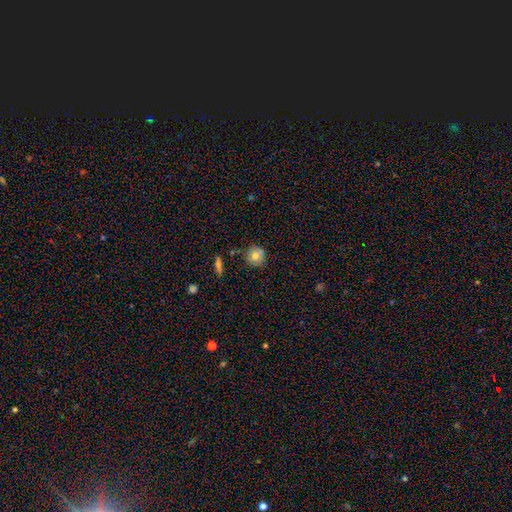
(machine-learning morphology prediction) Overall: smooth (76%). How rounded: round (90%). Merging: none (76%).